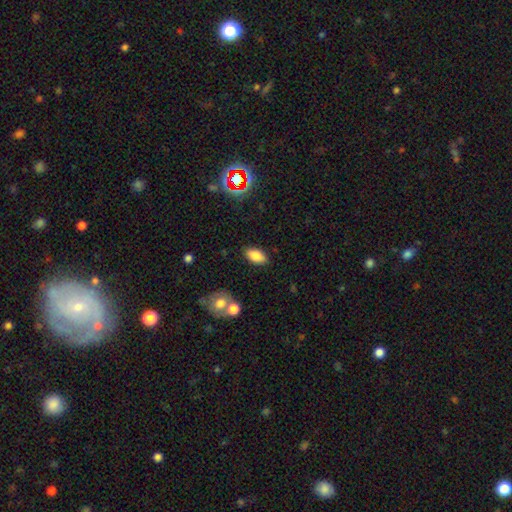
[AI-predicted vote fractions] A smooth galaxy with no disk features (83%) that is in between round and cigar-shaped (91%). Merging: none (85%).